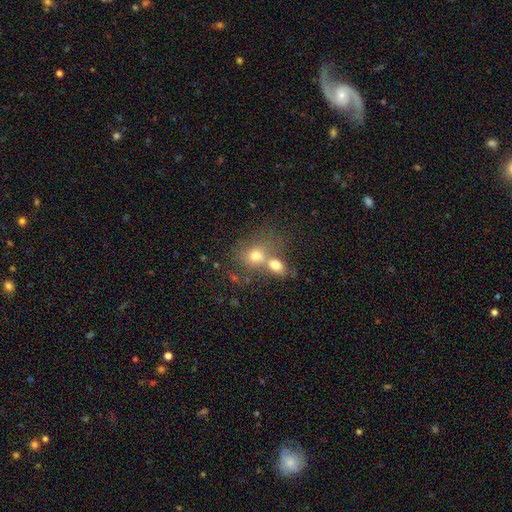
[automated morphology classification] Smooth or featured? Predicted: smooth (p=0.72). How rounded? Predicted: round (p=0.57). Merging? Predicted: merger (p=0.57).